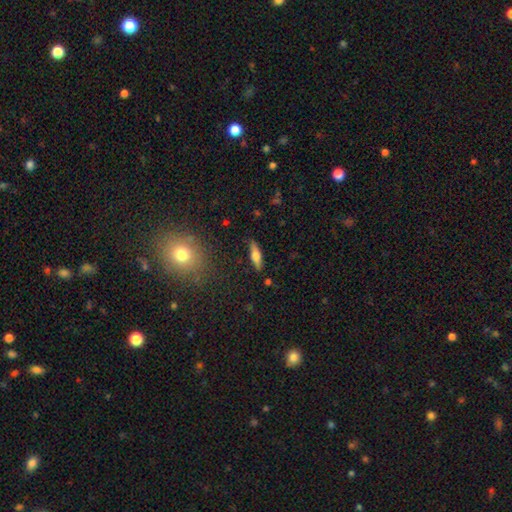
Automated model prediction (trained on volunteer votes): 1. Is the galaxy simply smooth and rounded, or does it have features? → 56% smooth, 37% featured or disk, 7% star or artifact.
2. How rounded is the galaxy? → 56% cigar-shaped, 41% in between, 3% round.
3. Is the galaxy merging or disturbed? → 86% none, 10% minor disturbance, 3% major disturbance, 2% merger.